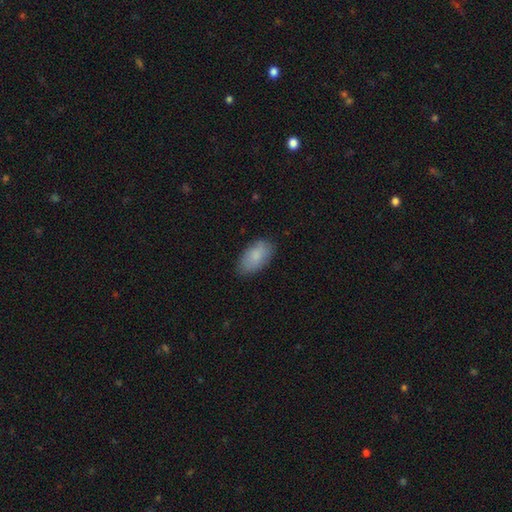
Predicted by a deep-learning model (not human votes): This appears to be a smooth galaxy with no disk features (85%) that is in between round and cigar-shaped (95%). Merging: none (82%).